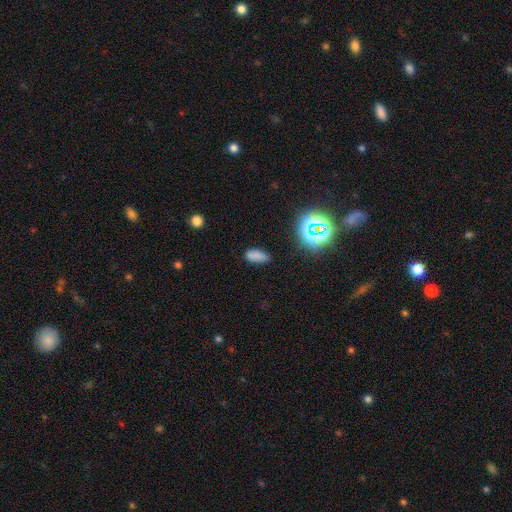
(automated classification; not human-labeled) smooth 75%, star or artifact 18%, featured or disk 7%. Down the decision tree: how rounded — in between (84%); merging — none (78%).